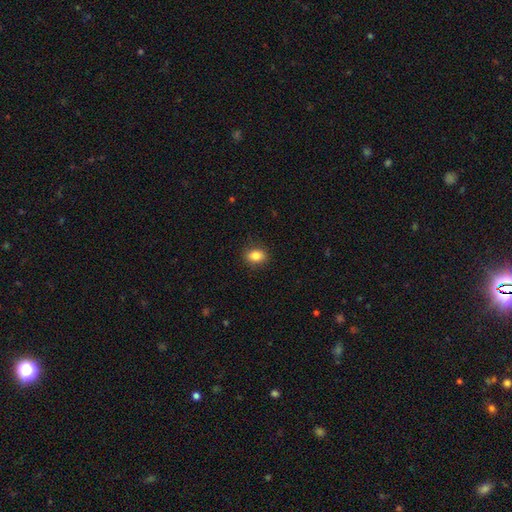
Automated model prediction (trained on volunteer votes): This appears to be a smooth galaxy with no disk features (84%) that is in between round and cigar-shaped (65%). Merging: none (88%).